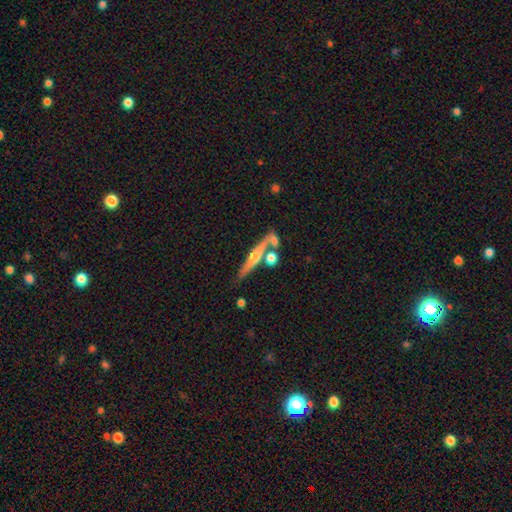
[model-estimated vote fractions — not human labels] A featured or disk galaxy (62%) viewed edge-on (93%) with a rounded central bulge (70%).

Vote fractions:
- Smooth or featured? featured or disk: 62% / smooth: 30% / star or artifact: 8%
- Edge-on disk? yes: 93% / no: 7%
- Edge-on bulge? rounded: 70% / none: 21% / boxy: 9%
- Merging? none: 67% / merger: 16% / minor disturbance: 13% / major disturbance: 4%